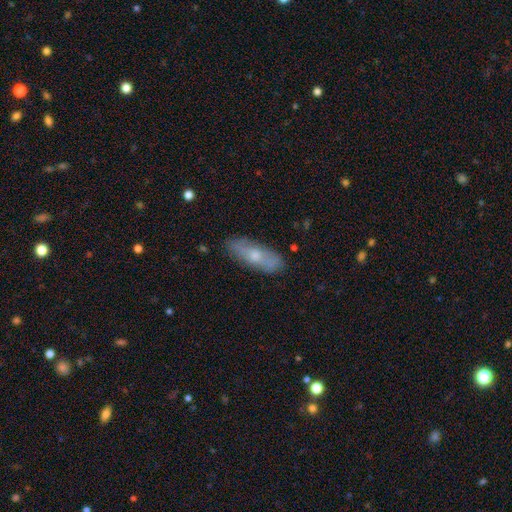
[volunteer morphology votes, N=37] Overall: featured or disk (54%; smooth 41%). Edge-on disk: no (70%; yes 30%). Bar: no (50%; weak 36%). Spiral arms: yes (50%, tied with no). Spiral arm count: 2 (71%). Spiral winding: loose (71%). Bulge size: moderate (50%; small 36%). Merging: none (83%).